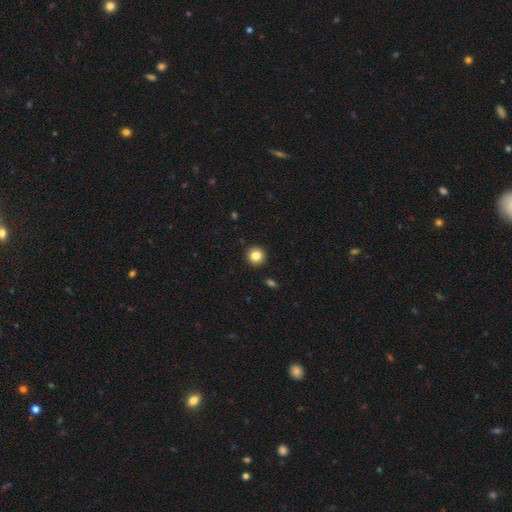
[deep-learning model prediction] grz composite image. It shows a smooth galaxy with no disk features (84%) that is round (93%). Merging: none (92%).